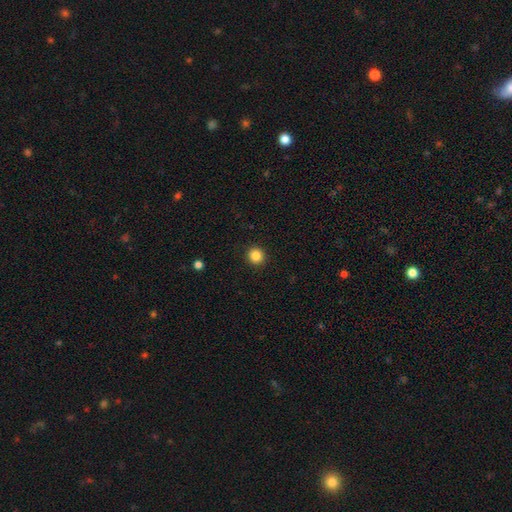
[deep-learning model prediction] Smooth or featured: smooth — 85% (star or artifact — 11%)
How rounded: round — 93% (in between — 6%)
Merging: none — 93% (minor disturbance — 5%)